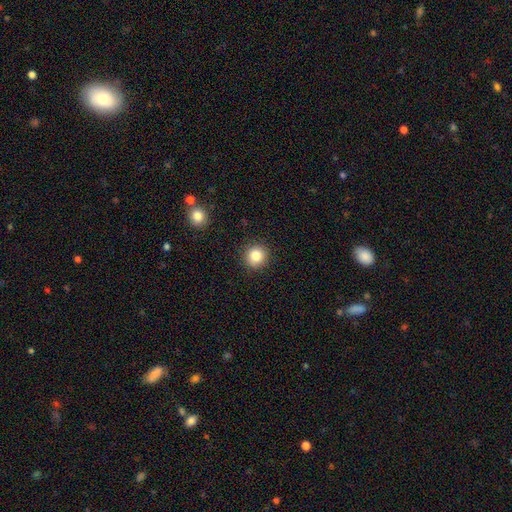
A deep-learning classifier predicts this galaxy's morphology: smooth_or_featured: smooth (p=0.83) [alt: star or artifact p=0.11]
how_rounded: round (p=0.92) [alt: in between p=0.07]
merging: none (p=0.91) [alt: minor disturbance p=0.06]